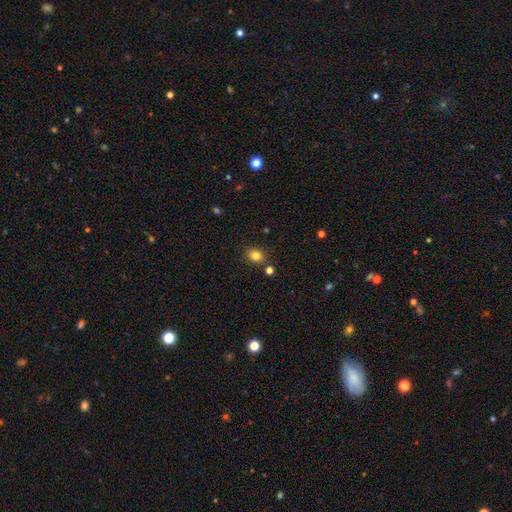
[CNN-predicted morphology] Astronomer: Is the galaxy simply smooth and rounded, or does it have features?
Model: smooth — 82%.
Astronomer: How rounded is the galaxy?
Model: round — 64%.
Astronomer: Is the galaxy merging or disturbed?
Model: none — 83%.